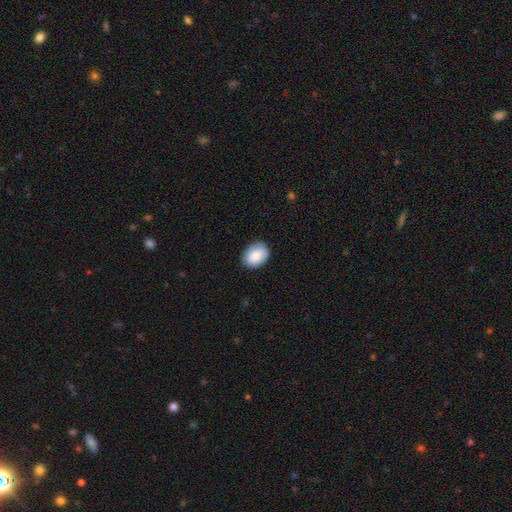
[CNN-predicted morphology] type=smooth (85%); roundness=in between (70%); merging=none (83%).